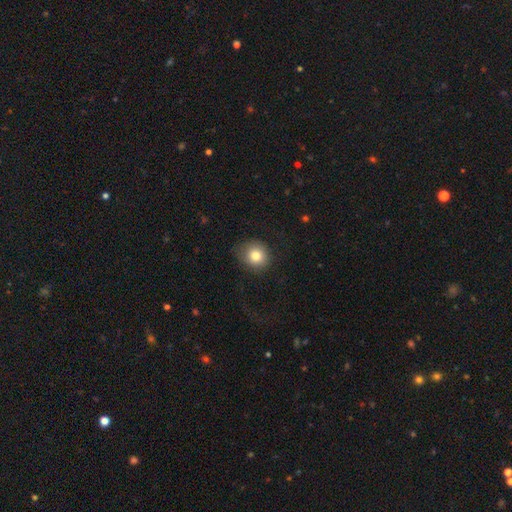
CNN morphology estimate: Smooth or featured?
  - smooth: 80% *
  - star or artifact: 10%
  - featured or disk: 10%
How rounded?
  - round: 80% *
  - in between: 19%
  - cigar-shaped: 1%
Merging?
  - none: 74% *
  - minor disturbance: 18%
  - major disturbance: 7%
  - merger: 1%